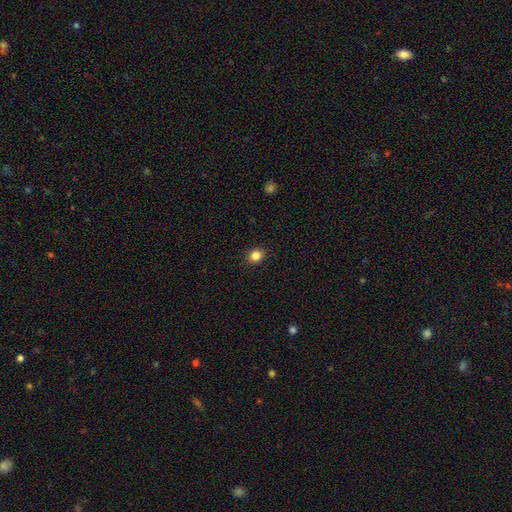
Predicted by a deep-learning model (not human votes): Smooth or featured? smooth (84%)
How rounded? round (64%)
Merging? none (91%)